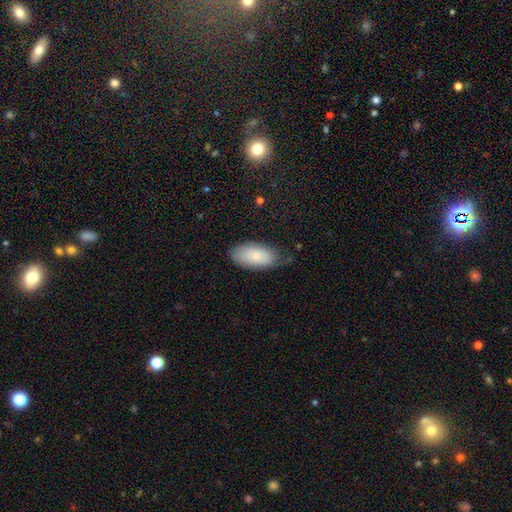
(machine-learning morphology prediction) Smooth or featured: smooth — 78% (featured or disk — 15%)
How rounded: in between — 93% (cigar-shaped — 4%)
Merging: none — 65% (minor disturbance — 28%)